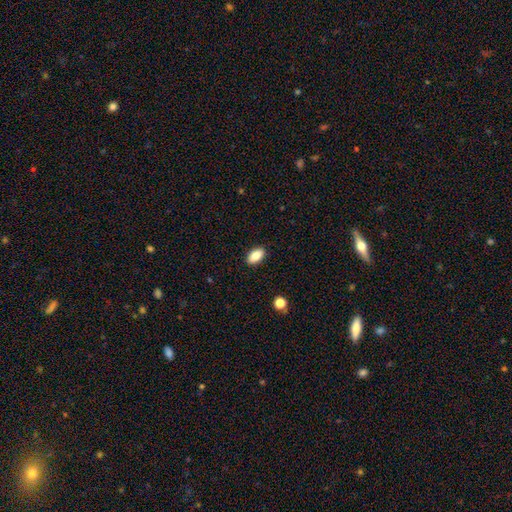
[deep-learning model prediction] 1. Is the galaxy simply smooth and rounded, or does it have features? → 84% smooth, 8% featured or disk, 8% star or artifact.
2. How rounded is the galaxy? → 92% in between, 5% round, 3% cigar-shaped.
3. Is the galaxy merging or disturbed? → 89% none, 8% minor disturbance, 2% major disturbance, 1% merger.